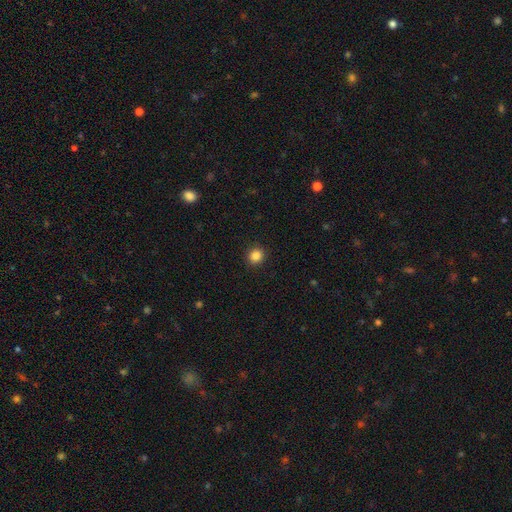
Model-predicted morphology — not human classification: A smooth galaxy with no disk features (85%) that is round (88%). Merging: none (92%).